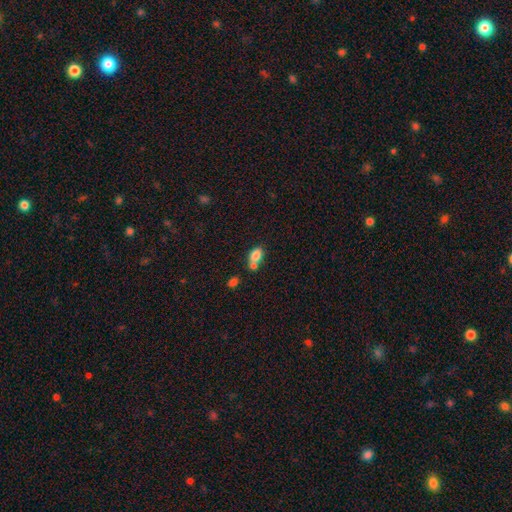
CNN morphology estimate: Q: Smooth or featured?
A: smooth (80%); runner-up: featured or disk (10%)
Q: How rounded?
A: in between (81%); runner-up: round (17%)
Q: Merging?
A: merger (48%); runner-up: none (37%)